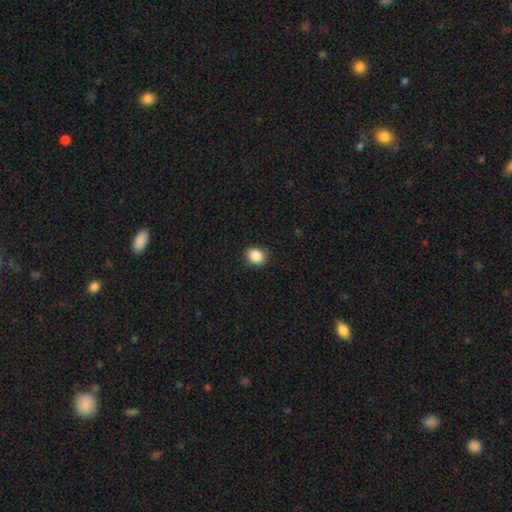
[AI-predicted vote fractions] This appears to be a smooth galaxy with no disk features (88%) that is round (75%). Merging: none (89%).